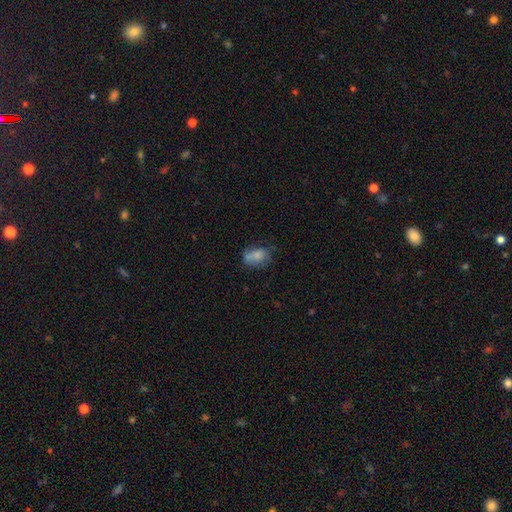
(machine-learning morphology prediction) Smooth or featured? Predicted: smooth (p=0.73). How rounded? Predicted: in between (p=0.81). Merging? Predicted: none (p=0.46).